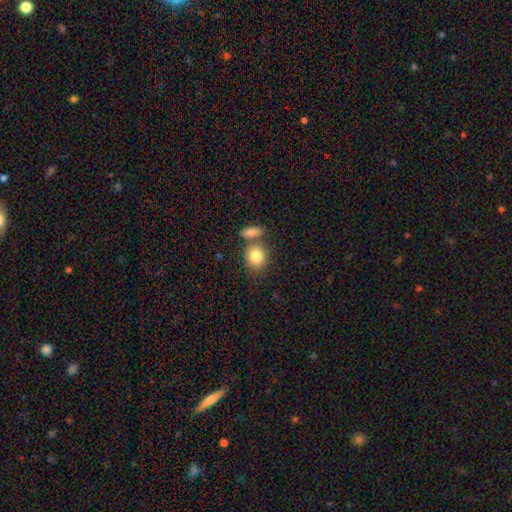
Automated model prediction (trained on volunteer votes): Smooth or featured: smooth — 84% (featured or disk — 8%)
How rounded: round — 57% (in between — 42%)
Merging: none — 57% (merger — 29%)